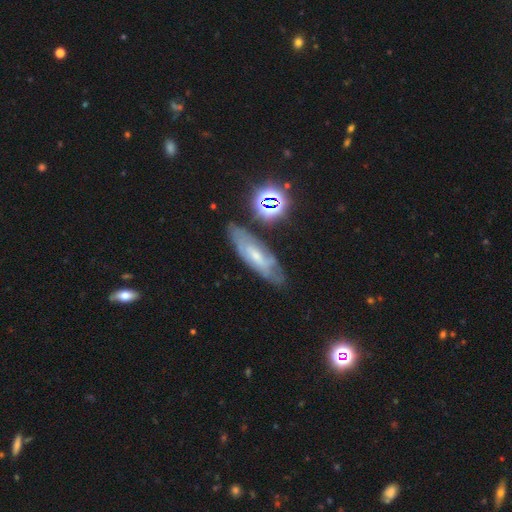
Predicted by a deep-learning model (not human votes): This appears to be a featured or disk galaxy (61%). Merging: none (71%).